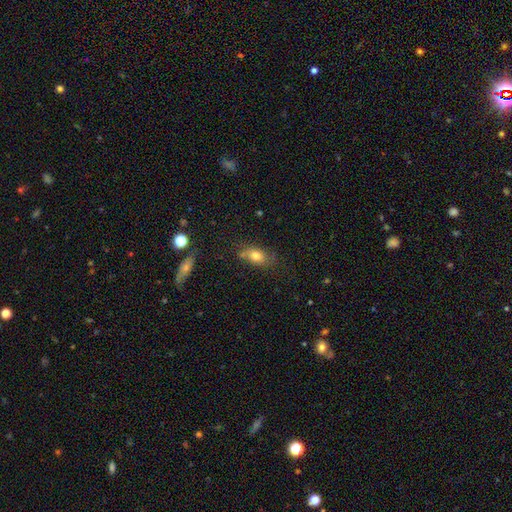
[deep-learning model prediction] A smooth galaxy with no disk features (74%) that is in between round and cigar-shaped (83%).

Vote fractions:
- Smooth or featured? smooth: 74% / featured or disk: 15% / star or artifact: 10%
- How rounded? in between: 83% / round: 13% / cigar-shaped: 5%
- Merging? none: 63% / minor disturbance: 22% / merger: 8% / major disturbance: 7%